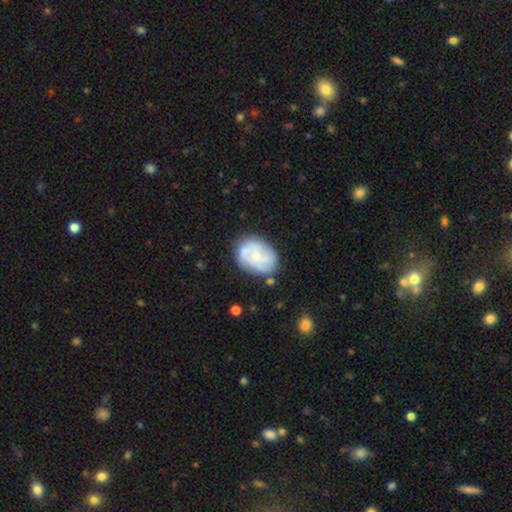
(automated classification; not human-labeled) The model was most divided on "spiral arm count": 3: 32%, can't tell: 29%, 2: 18%, 4: 12%, 1: 4%, more than 4: 4%. Remaining: edge-on disk — no (98%); spiral arms — yes (85%); bar — no (73%); merging — none (70%); smooth or featured — featured or disk (68%); bulge size — small (64%); spiral winding — tight (45%).